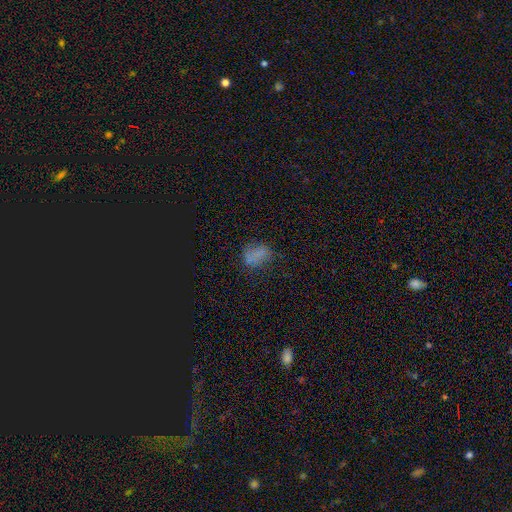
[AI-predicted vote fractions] smooth 66%, star or artifact 18%, featured or disk 15%. Down the decision tree: how rounded — in between (70%); merging — none (57%).